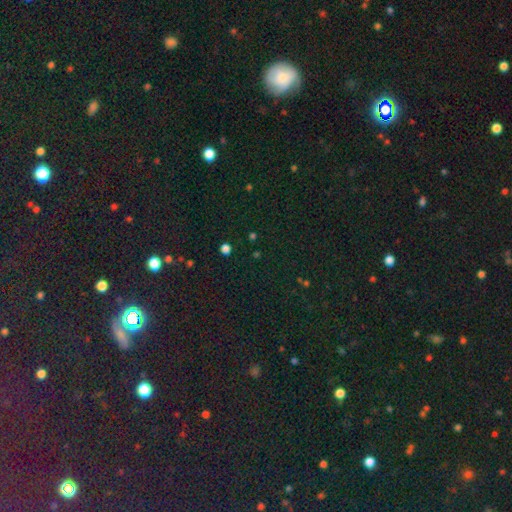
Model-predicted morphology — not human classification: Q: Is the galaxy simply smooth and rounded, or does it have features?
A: star or artifact — 76%.